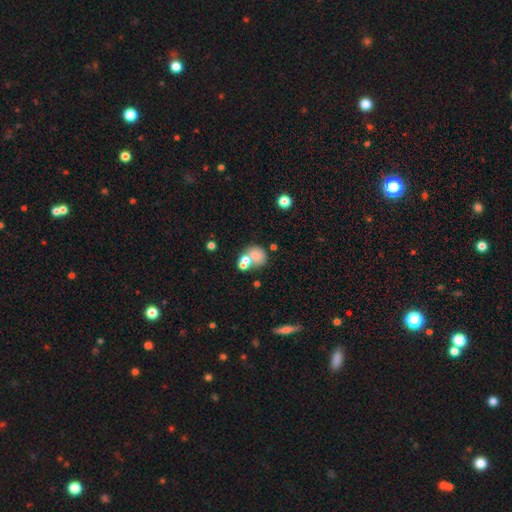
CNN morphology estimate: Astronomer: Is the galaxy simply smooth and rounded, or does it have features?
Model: smooth — 65%.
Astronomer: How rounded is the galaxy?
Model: round — 64%.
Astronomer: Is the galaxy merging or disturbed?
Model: merger — 42% (runner-up: none, 36%).